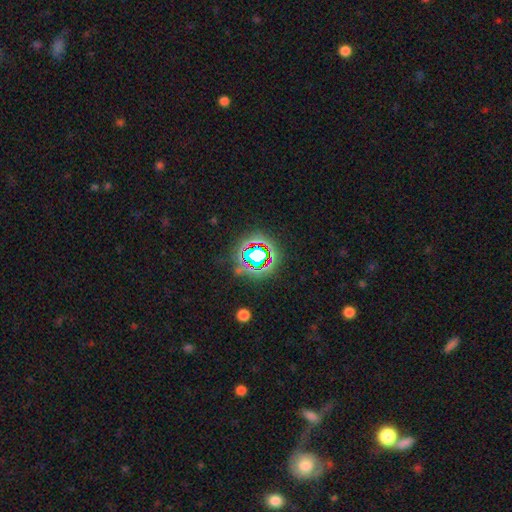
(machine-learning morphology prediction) Smooth or featured? Predicted: star or artifact (p=0.69).